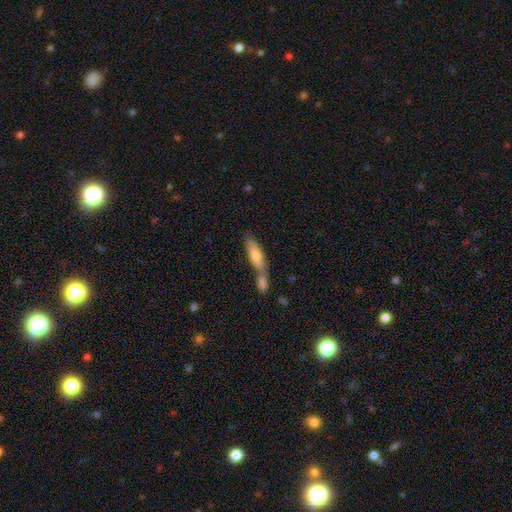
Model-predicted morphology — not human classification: Smooth or featured? Predicted: smooth (p=0.68). How rounded? Predicted: cigar-shaped (p=0.60). Merging? Predicted: merger (p=0.51).